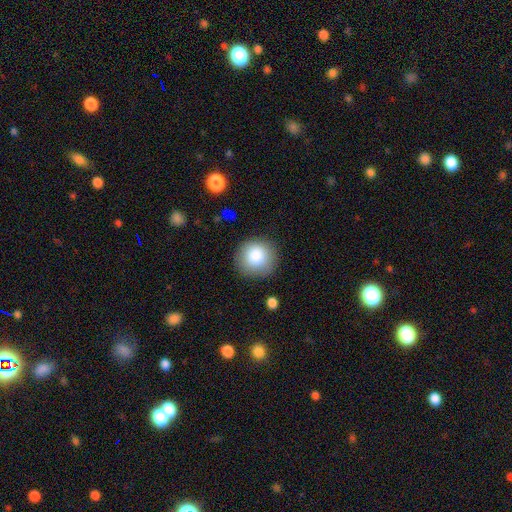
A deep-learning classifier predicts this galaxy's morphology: This appears to be a smooth galaxy with no disk features (84%) that is round (93%). Merging: none (86%).